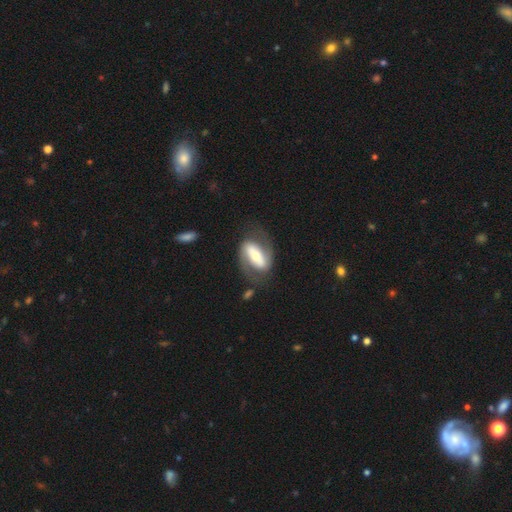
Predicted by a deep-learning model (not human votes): This is likely a featured or disk galaxy (73%). It is clearly not viewed edge-on (91%). Bar: likely strong (64%). Spiral arm pattern: likely yes (78%). Spiral arm count: clearly 2 (86%). Spiral winding: marginally medium (43%). Central bulge: possibly moderate (52%). Merging: likely none (67%).